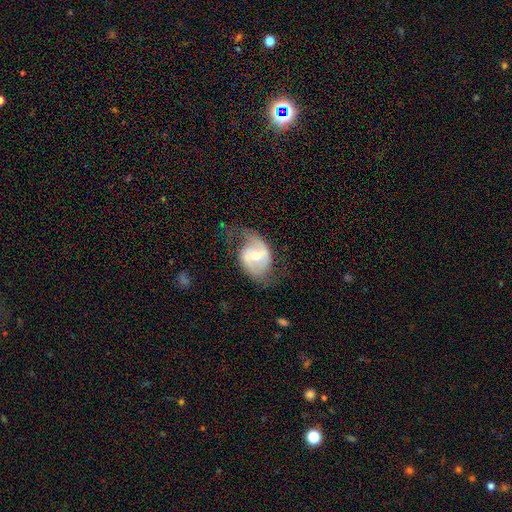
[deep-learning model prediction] Morphology: type=featured or disk (78%); edge-on=no (97%); bar=weak (50%); spiral arms=yes (89%); winding=medium (44%); arm count=2 (85%); bulge=moderate (56%); merging=none (56%).